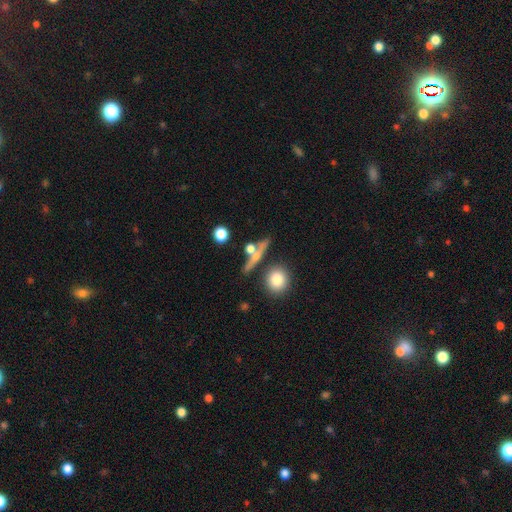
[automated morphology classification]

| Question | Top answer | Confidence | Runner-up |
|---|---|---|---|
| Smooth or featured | smooth | 45% | featured or disk (44%) |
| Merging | none | 66% | merger (17%) |